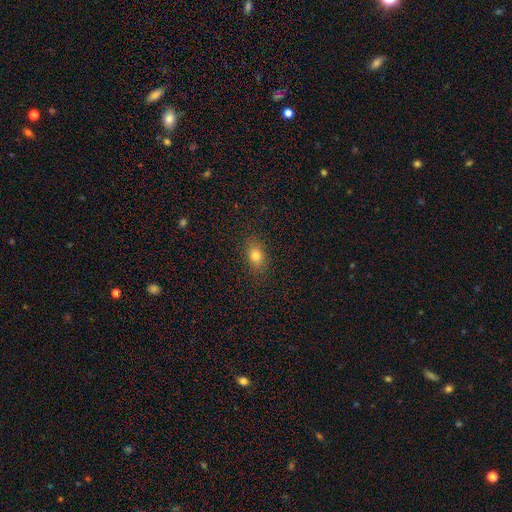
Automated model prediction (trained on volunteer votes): Smooth or featured: smooth — 79% (star or artifact — 12%)
How rounded: in between — 74% (round — 23%)
Merging: none — 86% (minor disturbance — 10%)